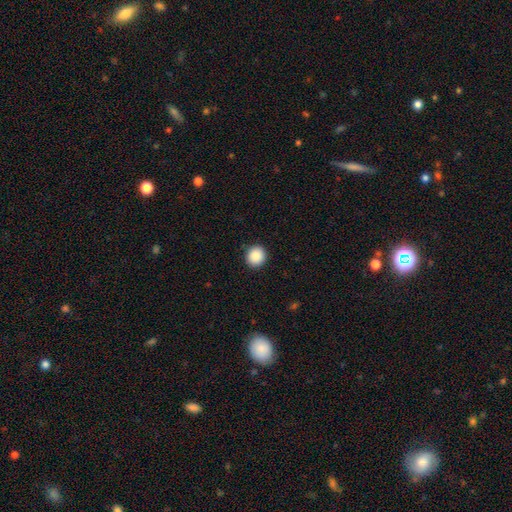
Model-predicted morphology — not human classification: Smooth or featured?
  - smooth: 88% *
  - star or artifact: 8%
  - featured or disk: 4%
How rounded?
  - round: 93% *
  - in between: 6%
  - cigar-shaped: 1%
Merging?
  - none: 92% *
  - minor disturbance: 5%
  - major disturbance: 2%
  - merger: 1%